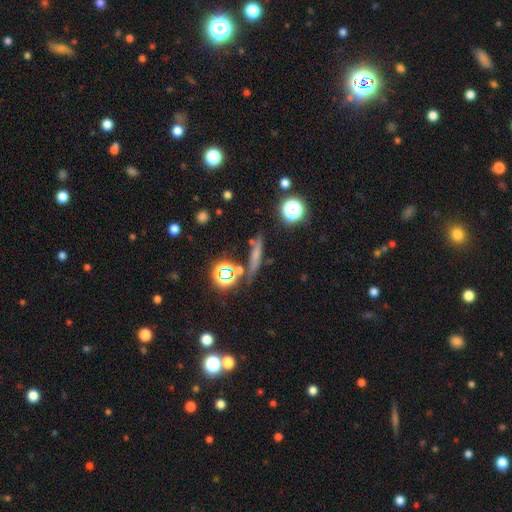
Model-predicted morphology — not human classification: Smooth or featured? Predicted: smooth (p=0.56). How rounded? Predicted: cigar-shaped (p=0.77). Merging? Predicted: none (p=0.76).